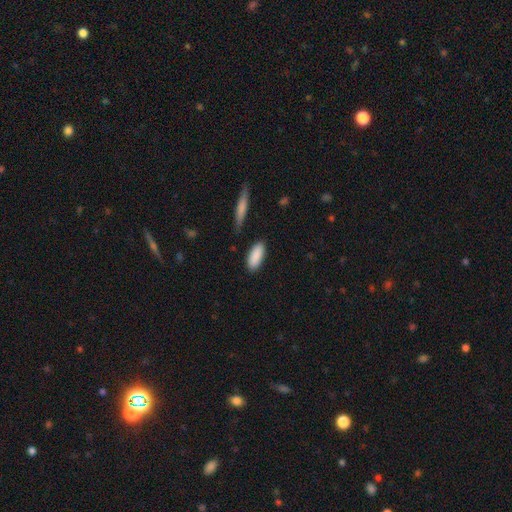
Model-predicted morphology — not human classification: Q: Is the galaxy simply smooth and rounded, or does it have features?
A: smooth — 89%.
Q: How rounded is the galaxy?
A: in between — 80%.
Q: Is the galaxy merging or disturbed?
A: none — 83%.